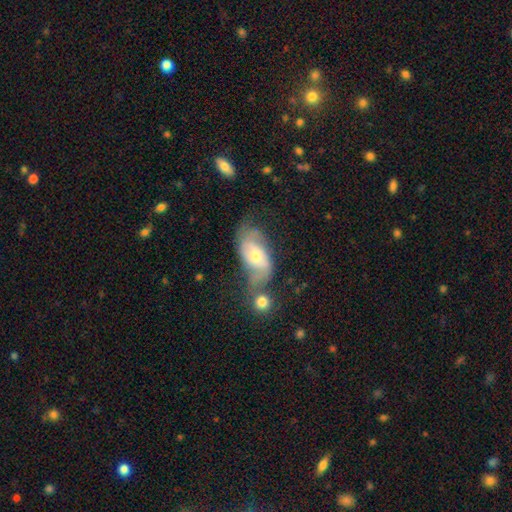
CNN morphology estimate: Smooth or featured: featured or disk — 60% (smooth — 33%)
Edge-on disk: no — 93% (yes — 7%)
Bar: no — 62% (weak — 29%)
Spiral arms: yes — 76% (no — 24%)
Bulge size: moderate — 53% (small — 40%)
Merging: none — 30% (merger — 25%)